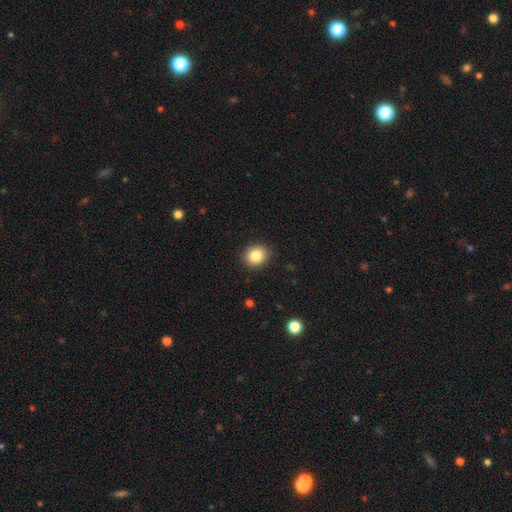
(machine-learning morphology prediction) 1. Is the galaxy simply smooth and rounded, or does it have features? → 85% smooth, 9% star or artifact, 6% featured or disk.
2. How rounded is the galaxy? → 73% round, 26% in between, 1% cigar-shaped.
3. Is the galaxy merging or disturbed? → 91% none, 7% minor disturbance, 2% major disturbance, 1% merger.